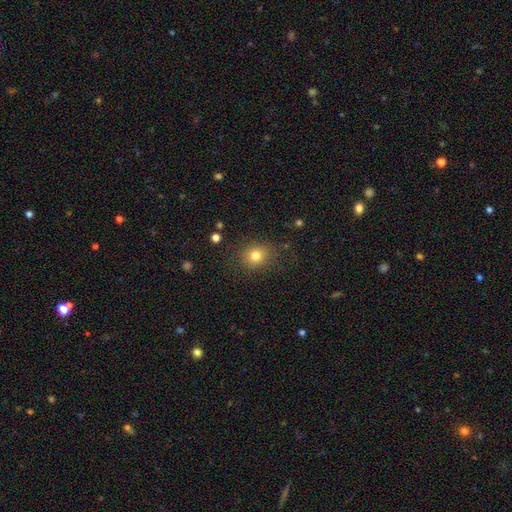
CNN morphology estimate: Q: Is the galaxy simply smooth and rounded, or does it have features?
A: smooth — 79%.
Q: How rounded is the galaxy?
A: round — 74%.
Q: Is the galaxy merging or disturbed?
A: none — 83%.